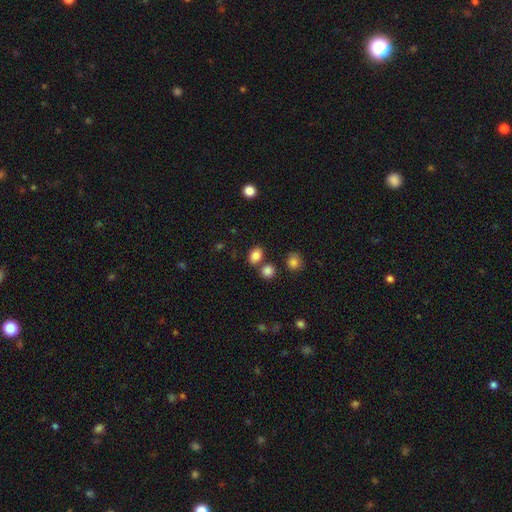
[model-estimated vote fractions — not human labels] A smooth galaxy with no disk features (83%) that is in between round and cigar-shaped (68%). Merging: none (71%).